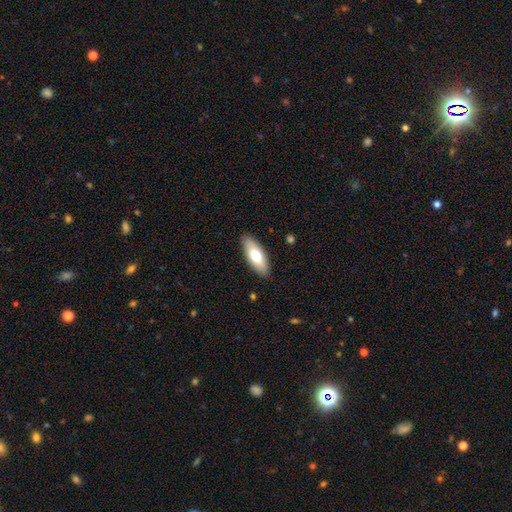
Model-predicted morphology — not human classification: A smooth galaxy with no disk features (70%) that is in between round and cigar-shaped (75%). Merging: none (88%).